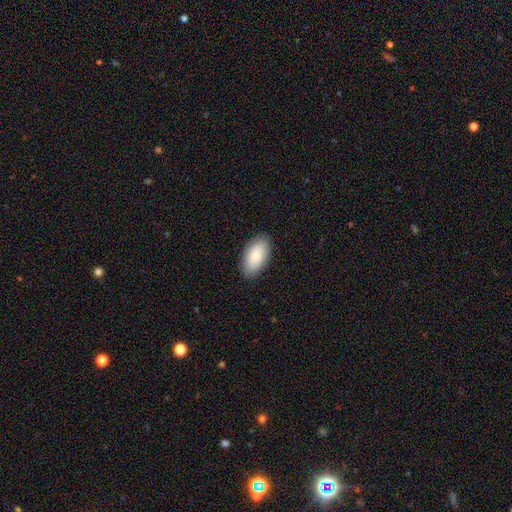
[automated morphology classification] Smooth or featured: smooth — 84% (featured or disk — 10%)
How rounded: in between — 95% (cigar-shaped — 3%)
Merging: none — 87% (minor disturbance — 9%)